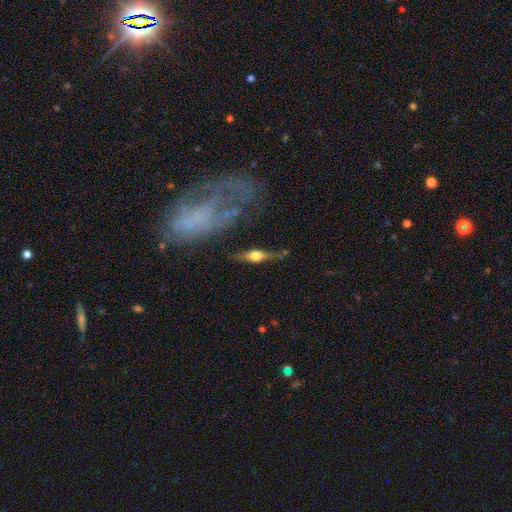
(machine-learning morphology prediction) The model was most divided on "smooth or featured": featured or disk: 61%, smooth: 32%, star or artifact: 7%. More confident: edge-on bulge — rounded (92%); edge-on disk — yes (90%); merging — none (72%).